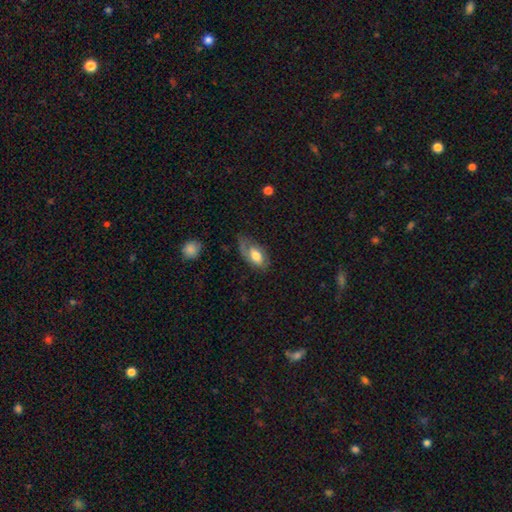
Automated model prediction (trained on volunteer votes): smooth-or-featured: smooth: 57% | featured or disk: 36% | star or artifact: 6%
  how-rounded: in between: 91% | round: 5% | cigar-shaped: 4%
  merging: none: 49% | minor disturbance: 32% | major disturbance: 17% | merger: 2%